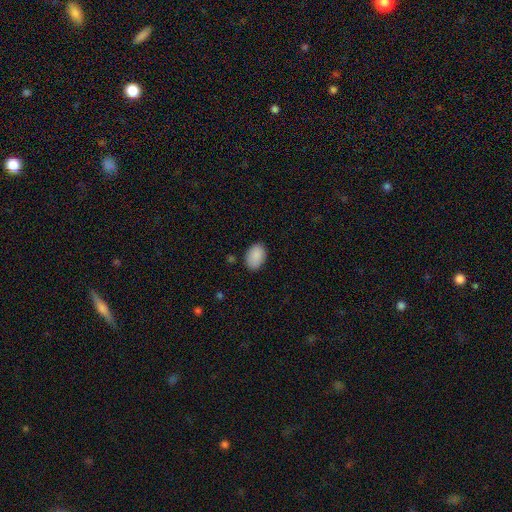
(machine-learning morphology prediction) Smooth or featured?
  - smooth: 90% *
  - star or artifact: 7%
  - featured or disk: 3%
How rounded?
  - in between: 87% *
  - round: 12%
  - cigar-shaped: 1%
Merging?
  - none: 83% *
  - minor disturbance: 13%
  - major disturbance: 3%
  - merger: 1%